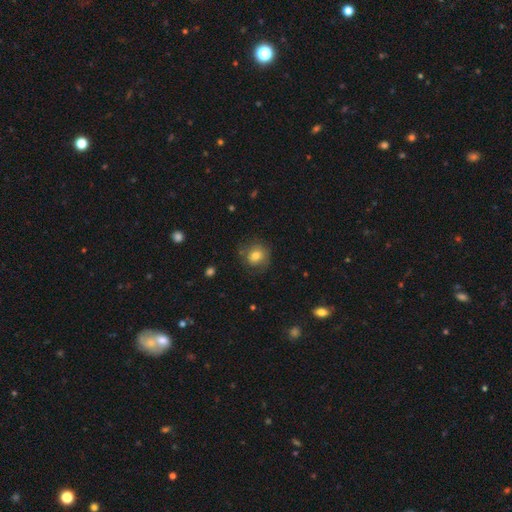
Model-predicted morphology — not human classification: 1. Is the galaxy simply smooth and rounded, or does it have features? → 74% smooth, 16% featured or disk, 10% star or artifact.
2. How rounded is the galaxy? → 82% round, 17% in between, 1% cigar-shaped.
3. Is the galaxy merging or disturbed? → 73% none, 18% minor disturbance, 7% major disturbance, 2% merger.